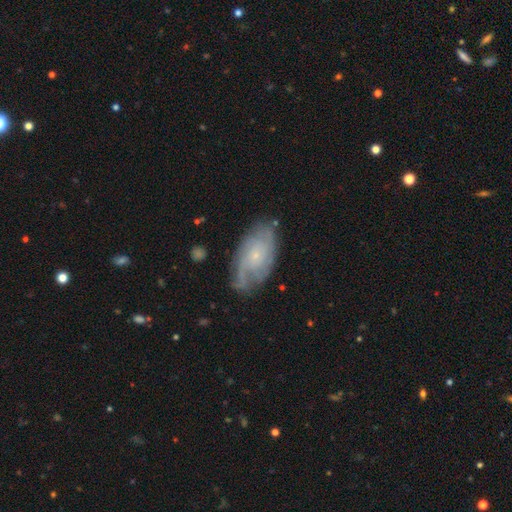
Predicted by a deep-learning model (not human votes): Smooth or featured? Predicted: featured or disk (p=0.70). Edge-on disk? Predicted: no (p=0.94). Bar? Predicted: no (p=0.75). Spiral arms? Predicted: yes (p=0.90). Spiral winding? Predicted: tight (p=0.53). Spiral arm count? Predicted: can't tell (p=0.44). Bulge size? Predicted: small (p=0.73). Merging? Predicted: none (p=0.72).